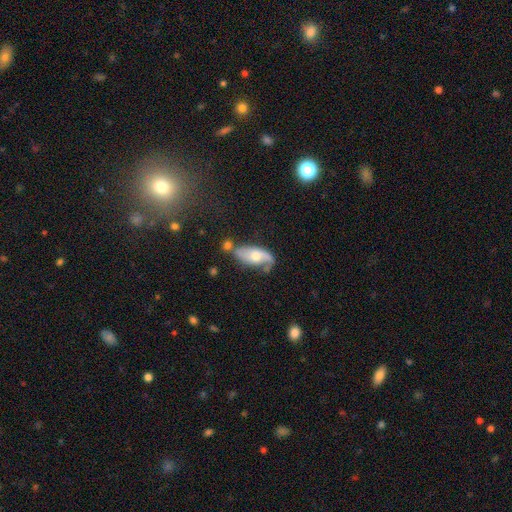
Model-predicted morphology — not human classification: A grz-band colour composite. It shows a featured or disk galaxy (50%). Merging: none (43%).